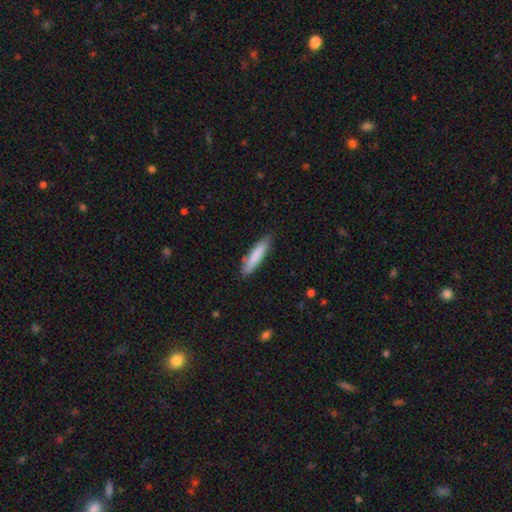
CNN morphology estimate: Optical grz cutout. It shows a smooth galaxy with no disk features (82%) that is cigar-shaped (83%). Merging: none (84%).